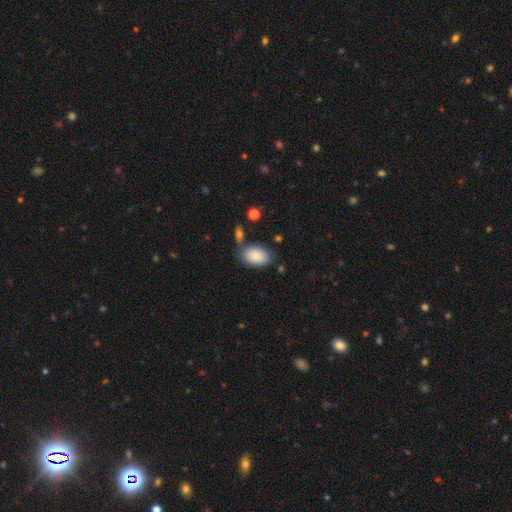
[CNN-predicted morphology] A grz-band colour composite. It shows a smooth galaxy with no disk features (87%) that is in between round and cigar-shaped (92%). Merging: none (69%).